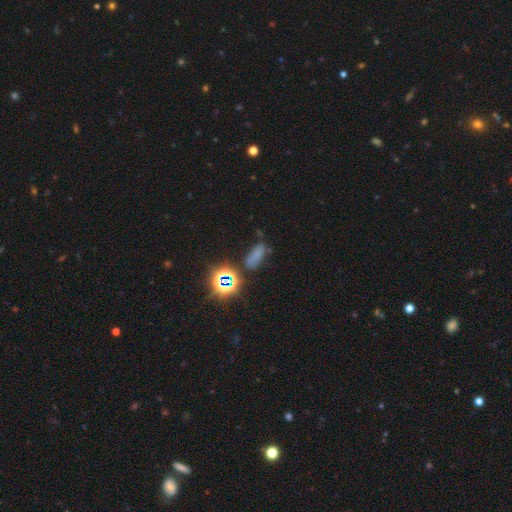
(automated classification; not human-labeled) Q: Smooth or featured?
A: smooth (58%); runner-up: star or artifact (32%)
Q: How rounded?
A: in between (65%); runner-up: cigar-shaped (27%)
Q: Merging?
A: none (60%); runner-up: minor disturbance (22%)